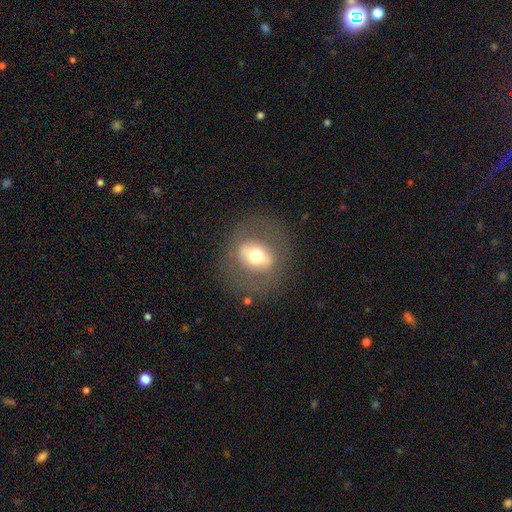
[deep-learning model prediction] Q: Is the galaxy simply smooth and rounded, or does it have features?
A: smooth — 46%.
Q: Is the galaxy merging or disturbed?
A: none — 79%.